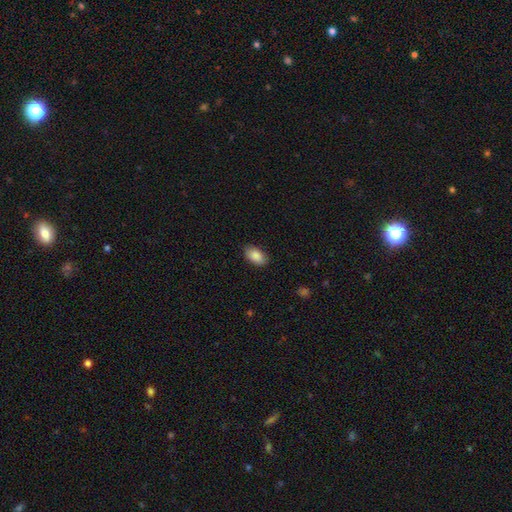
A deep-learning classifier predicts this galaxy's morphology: The model was most divided on "merging": none: 87%, minor disturbance: 10%, major disturbance: 2%, merger: 1%. More confident: how rounded — in between (93%); smooth or featured — smooth (88%).